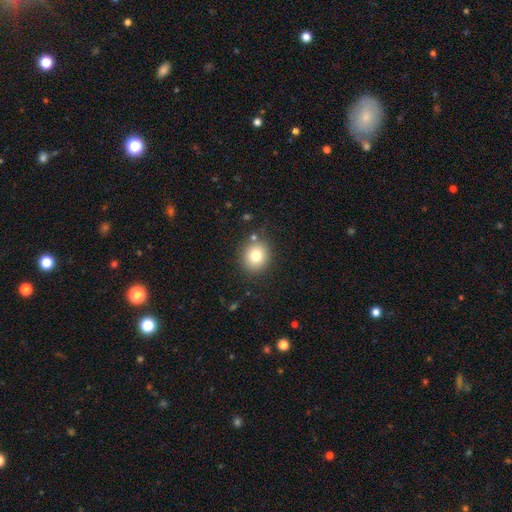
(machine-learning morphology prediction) A smooth galaxy with no disk features (79%) that is round (80%).

Vote fractions:
- Smooth or featured? smooth: 79% / star or artifact: 11% / featured or disk: 10%
- How rounded? round: 80% / in between: 19% / cigar-shaped: 1%
- Merging? none: 83% / minor disturbance: 10% / merger: 4% / major disturbance: 3%